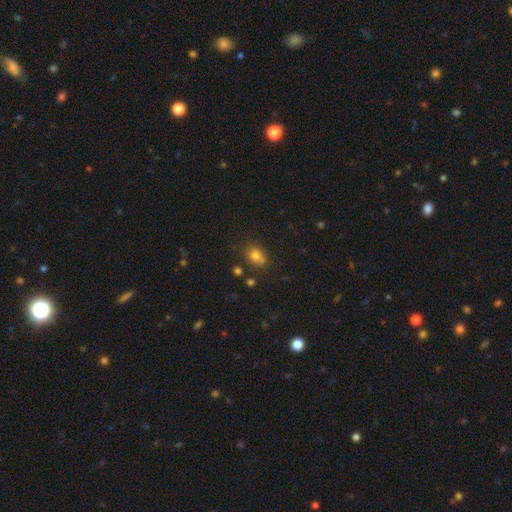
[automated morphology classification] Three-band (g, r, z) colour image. It shows a smooth galaxy with no disk features (76%) that is round (59%). Merging: none (60%).